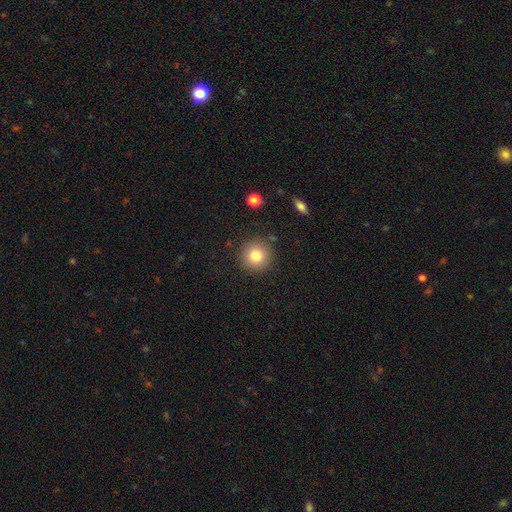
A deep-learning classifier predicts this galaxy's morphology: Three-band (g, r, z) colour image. It shows a smooth galaxy with no disk features (81%) that is round (94%). Merging: none (88%).